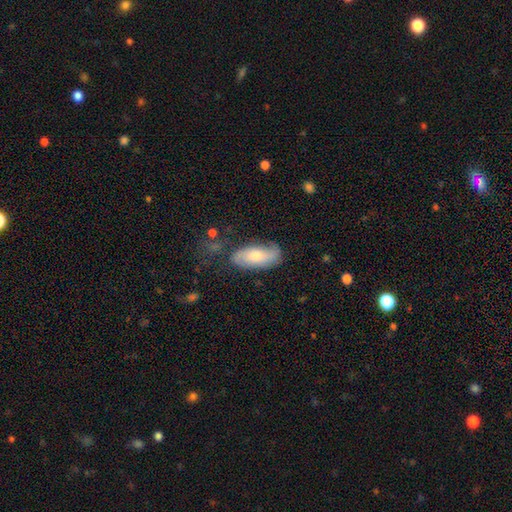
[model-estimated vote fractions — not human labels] Smooth or featured? smooth (52%)
How rounded? in between (85%)
Merging? none (68%)